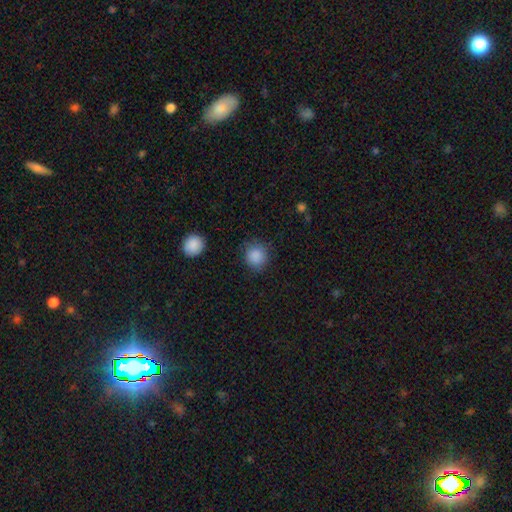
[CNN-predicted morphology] A smooth galaxy with no disk features (88%) that is round (89%).

Vote fractions:
- Smooth or featured? smooth: 88% / star or artifact: 9% / featured or disk: 3%
- How rounded? round: 89% / in between: 10% / cigar-shaped: 1%
- Merging? none: 84% / minor disturbance: 11% / major disturbance: 4% / merger: 2%